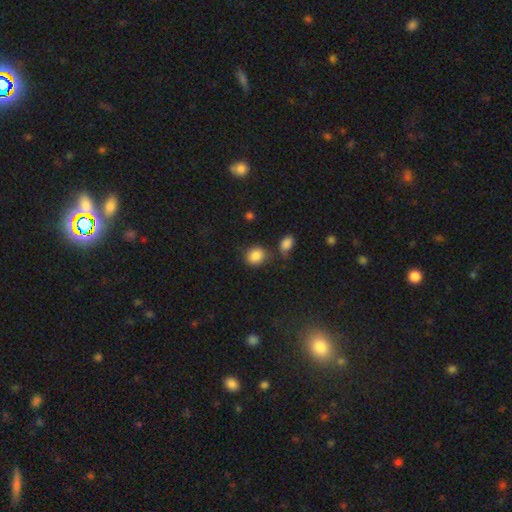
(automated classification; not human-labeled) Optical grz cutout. It shows a smooth galaxy with no disk features (87%) that is round (65%). Merging: none (69%).